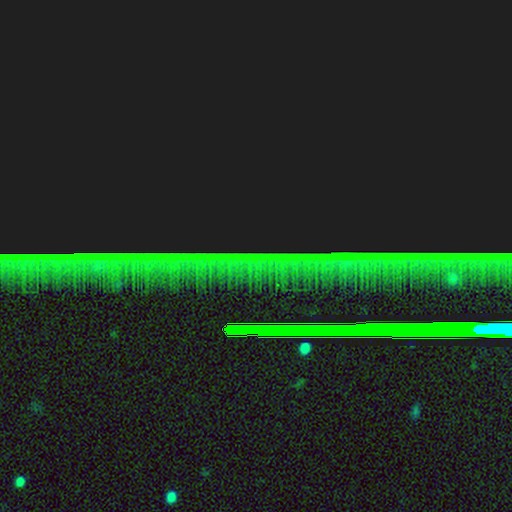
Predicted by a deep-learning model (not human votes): Smooth or featured?
  - star or artifact: 86% *
  - featured or disk: 7%
  - smooth: 7%